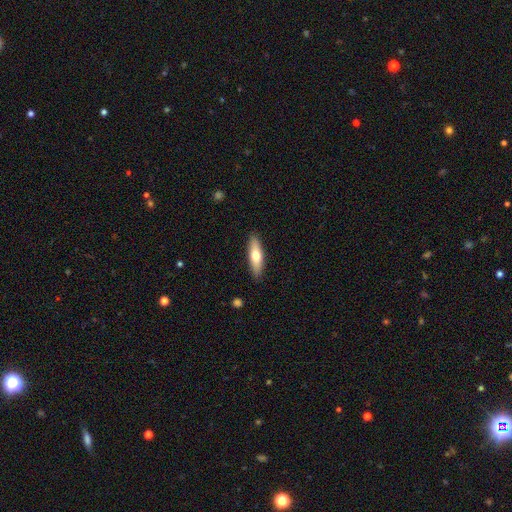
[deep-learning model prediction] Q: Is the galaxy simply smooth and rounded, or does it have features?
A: smooth — 63%.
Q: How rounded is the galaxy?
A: cigar-shaped — 56%.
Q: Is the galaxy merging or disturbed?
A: none — 89%.